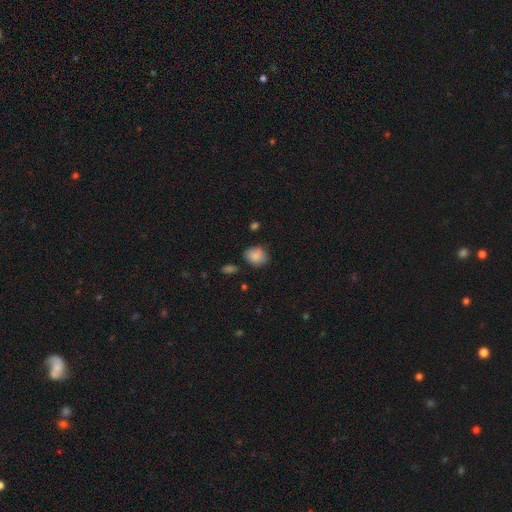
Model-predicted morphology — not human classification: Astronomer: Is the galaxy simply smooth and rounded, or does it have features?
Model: smooth — 86%.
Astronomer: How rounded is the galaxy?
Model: round — 57% (runner-up: in between, 42%).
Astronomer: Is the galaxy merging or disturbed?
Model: none — 75%.